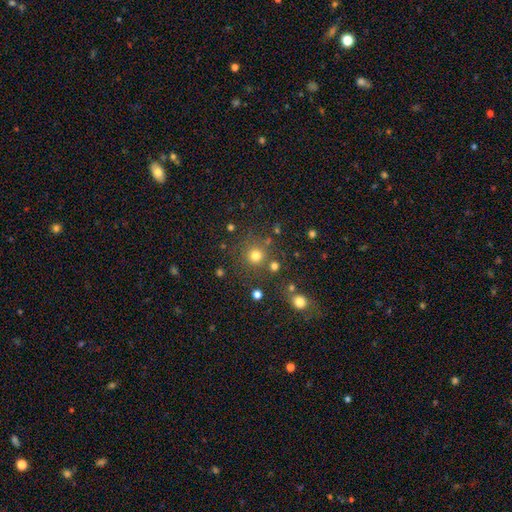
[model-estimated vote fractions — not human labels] smooth_or_featured: smooth (p=0.75) [alt: star or artifact p=0.18]
how_rounded: round (p=0.94) [alt: in between p=0.05]
merging: none (p=0.78) [alt: minor disturbance p=0.09]